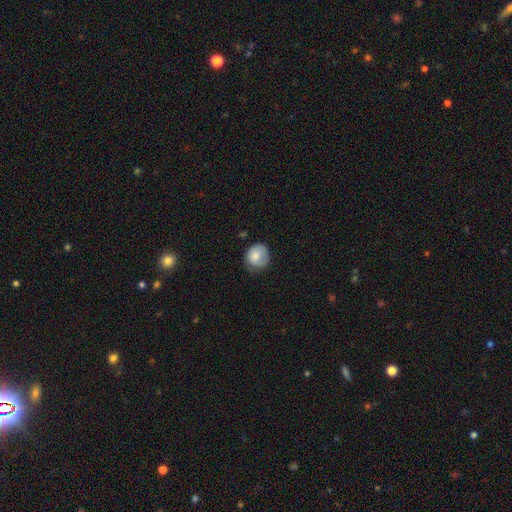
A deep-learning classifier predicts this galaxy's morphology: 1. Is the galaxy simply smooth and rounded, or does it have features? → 75% smooth, 18% featured or disk, 7% star or artifact.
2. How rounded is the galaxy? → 82% round, 17% in between, 1% cigar-shaped.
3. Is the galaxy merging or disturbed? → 61% none, 28% minor disturbance, 9% major disturbance, 2% merger.